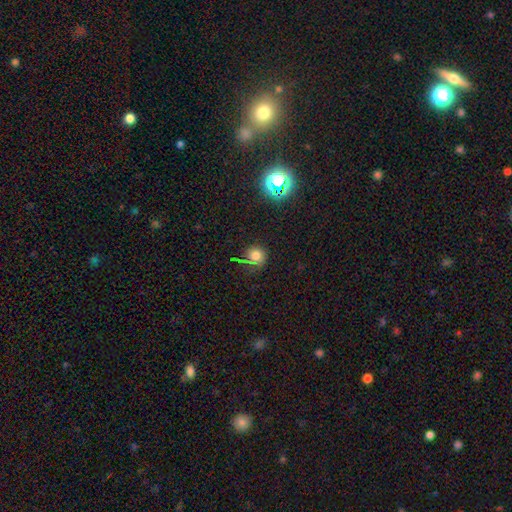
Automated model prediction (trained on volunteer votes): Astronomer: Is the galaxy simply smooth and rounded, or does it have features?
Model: smooth — 68%.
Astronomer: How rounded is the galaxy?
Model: round — 89%.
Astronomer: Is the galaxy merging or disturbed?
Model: none — 69%.